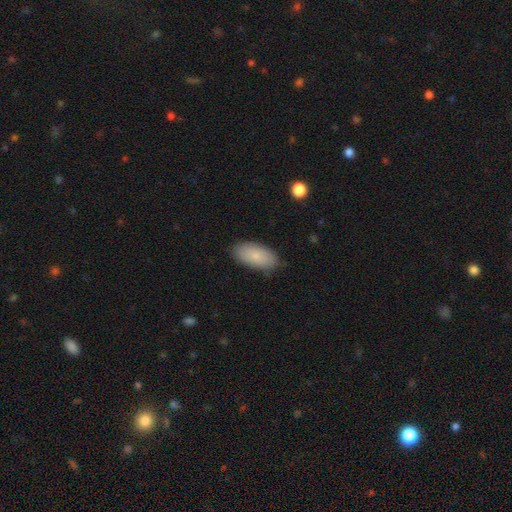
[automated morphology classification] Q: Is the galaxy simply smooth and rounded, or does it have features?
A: smooth — 83%.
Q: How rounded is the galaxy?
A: in between — 93%.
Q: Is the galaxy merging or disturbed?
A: none — 84%.